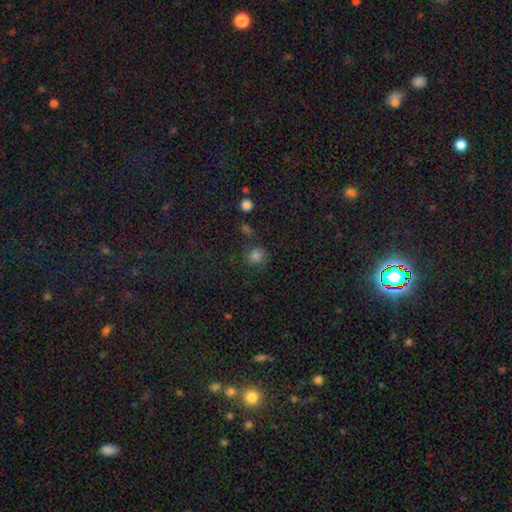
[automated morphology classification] smooth_or_featured: smooth (p=0.54) [alt: featured or disk p=0.25]
how_rounded: round (p=0.72) [alt: in between p=0.27]
merging: none (p=0.62) [alt: minor disturbance p=0.20]